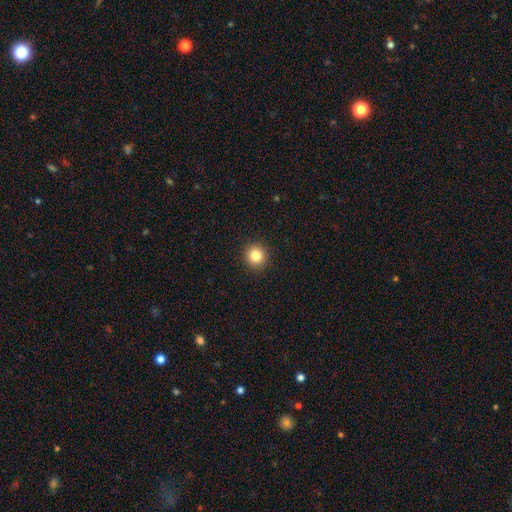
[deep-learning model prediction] Q: Smooth or featured?
A: smooth (83%); runner-up: star or artifact (11%)
Q: How rounded?
A: round (93%); runner-up: in between (6%)
Q: Merging?
A: none (93%); runner-up: minor disturbance (5%)